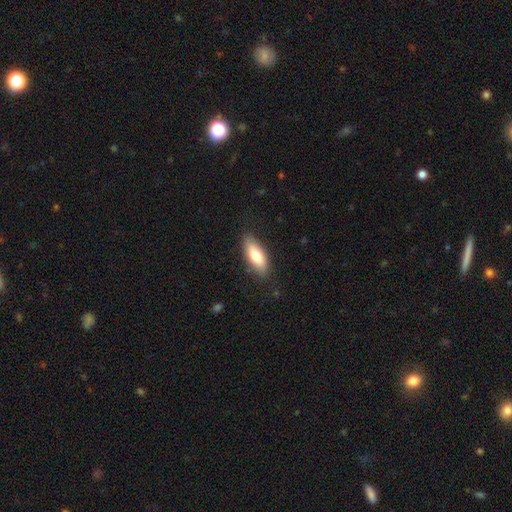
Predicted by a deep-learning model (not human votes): smooth_or_featured: smooth (p=0.76) [alt: featured or disk p=0.18]
how_rounded: in between (p=0.73) [alt: cigar-shaped p=0.25]
merging: none (p=0.83) [alt: minor disturbance p=0.13]